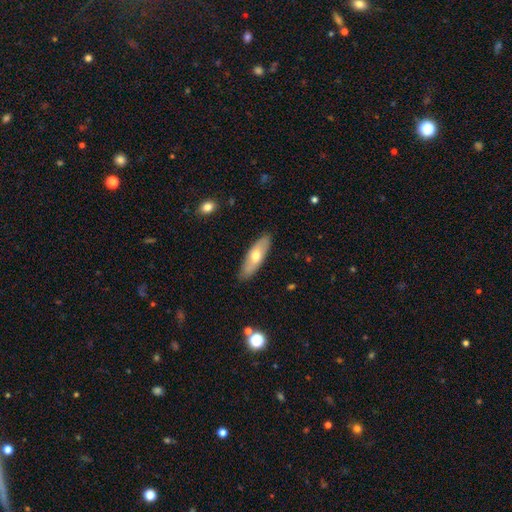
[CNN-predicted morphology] type=smooth (56%); roundness=in between (56%); merging=none (86%).